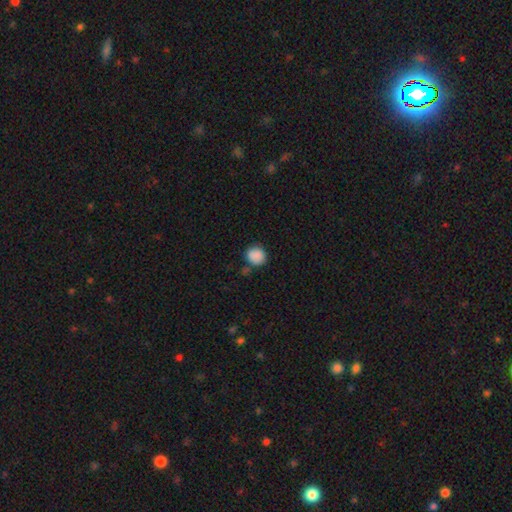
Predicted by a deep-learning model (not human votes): This appears to be a smooth galaxy with no disk features (88%) that is round (79%). Merging: none (75%).